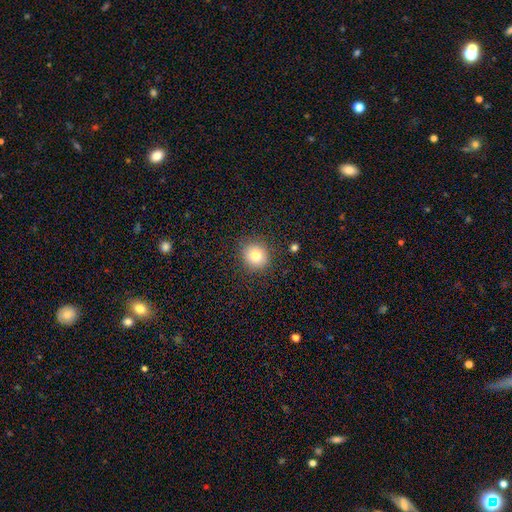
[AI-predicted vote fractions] This appears to be a smooth galaxy with no disk features (79%) that is round (86%). Merging: none (88%).